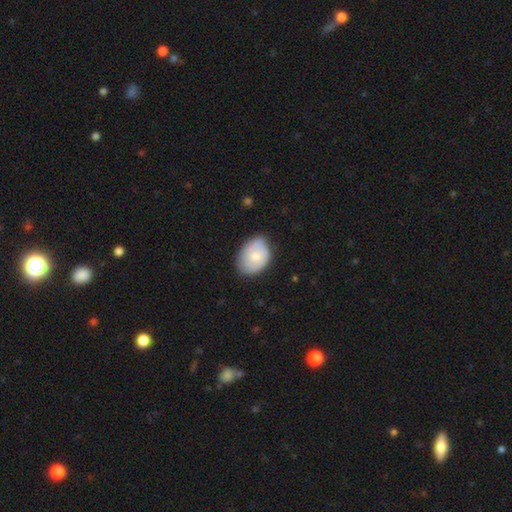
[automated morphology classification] Smooth or featured?
  - smooth: 63% *
  - featured or disk: 31%
  - star or artifact: 6%
How rounded?
  - in between: 74% *
  - round: 25%
  - cigar-shaped: 1%
Merging?
  - none: 67% *
  - minor disturbance: 26%
  - major disturbance: 5%
  - merger: 2%